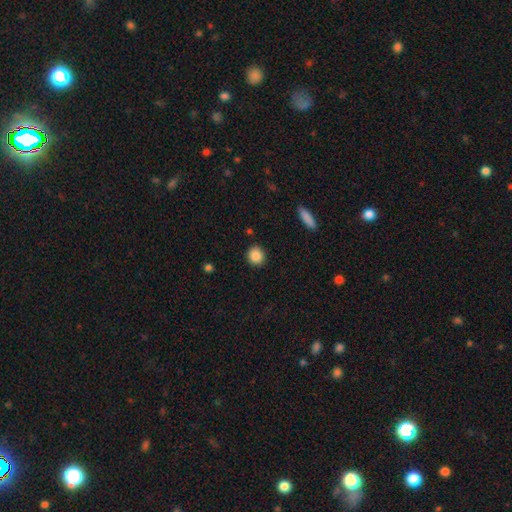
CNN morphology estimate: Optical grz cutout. It shows a smooth galaxy with no disk features (87%) that is round (87%). Merging: none (90%).